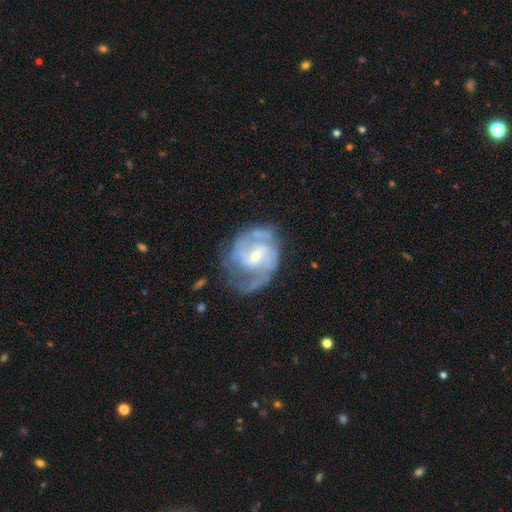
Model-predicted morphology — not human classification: A featured or disk galaxy (85%) with a weak bar (53%), 2 (57%) medium (48%) spiral arms (94%) and a small central bulge (59%). Merging: none (56%).